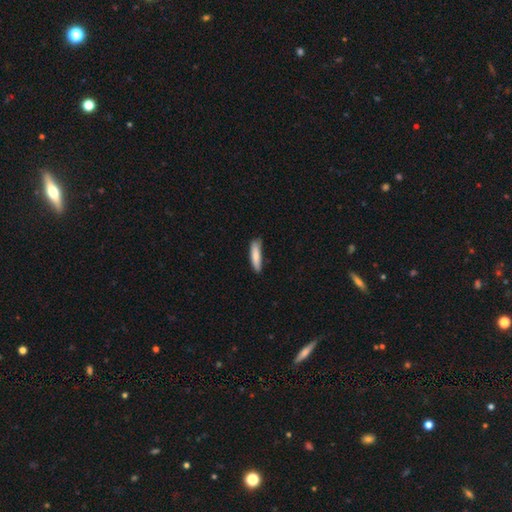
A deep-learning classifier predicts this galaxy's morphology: smooth 83%, featured or disk 11%, star or artifact 6%. Down the decision tree: how rounded — cigar-shaped (77%); merging — none (70%).